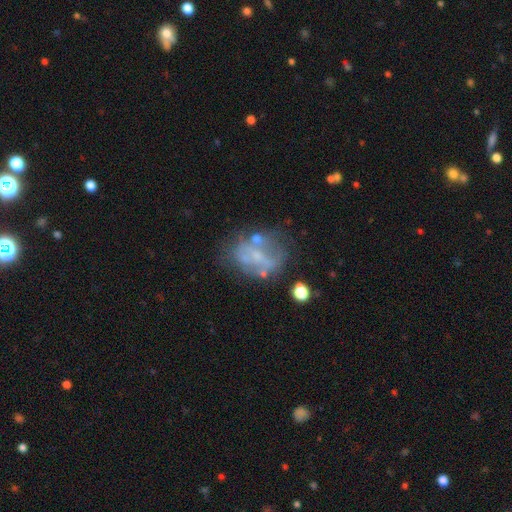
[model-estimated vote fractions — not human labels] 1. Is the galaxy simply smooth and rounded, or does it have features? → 55% featured or disk, 27% smooth, 18% star or artifact.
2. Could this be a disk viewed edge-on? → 96% no, 4% yes.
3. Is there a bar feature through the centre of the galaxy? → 75% no, 18% weak, 7% strong.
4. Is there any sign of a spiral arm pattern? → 82% no, 18% yes.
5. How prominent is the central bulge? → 45% none, 42% small, 11% moderate, 1% large, 1% dominant.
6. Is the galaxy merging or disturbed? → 46% none, 20% minor disturbance, 18% major disturbance, 15% merger.